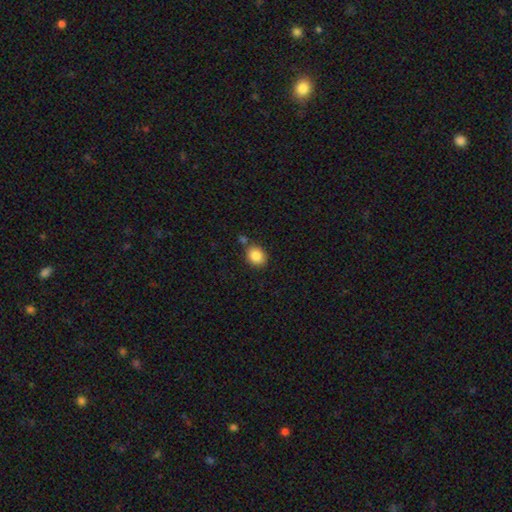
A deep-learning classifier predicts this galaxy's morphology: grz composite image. It shows a smooth galaxy with no disk features (86%) that is round (58%). Merging: none (74%).